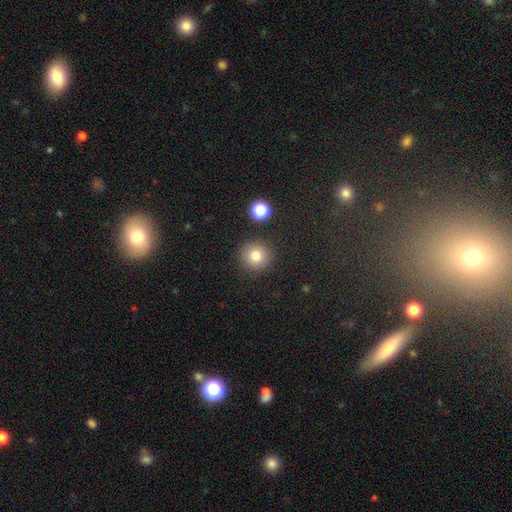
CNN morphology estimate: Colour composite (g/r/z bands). It shows a smooth galaxy with no disk features (82%) that is round (92%). Merging: none (87%).